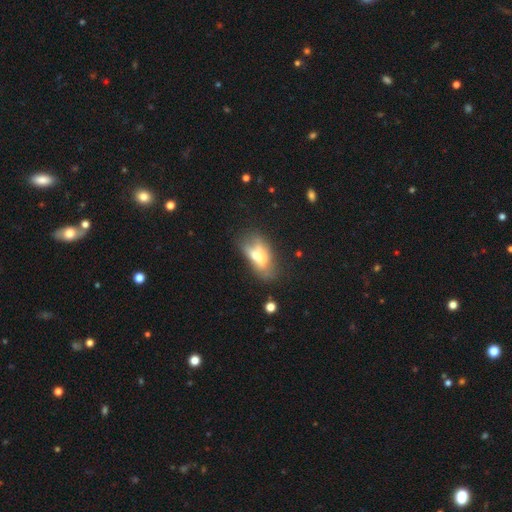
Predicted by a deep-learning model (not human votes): Morphology: type=smooth (57%); roundness=in between (86%); merging=none (34%).